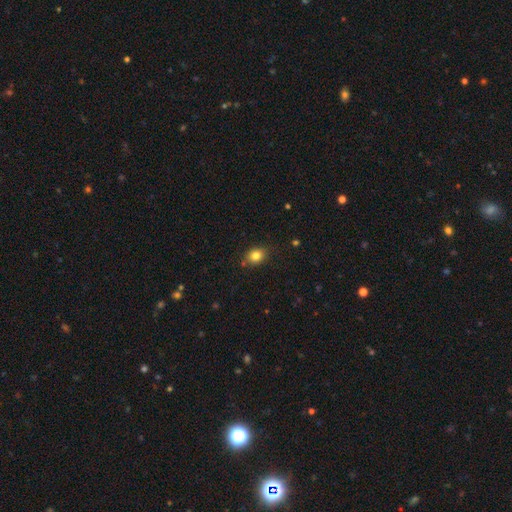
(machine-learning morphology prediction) Smooth or featured? Predicted: smooth (p=0.82). How rounded? Predicted: in between (p=0.51). Merging? Predicted: none (p=0.78).